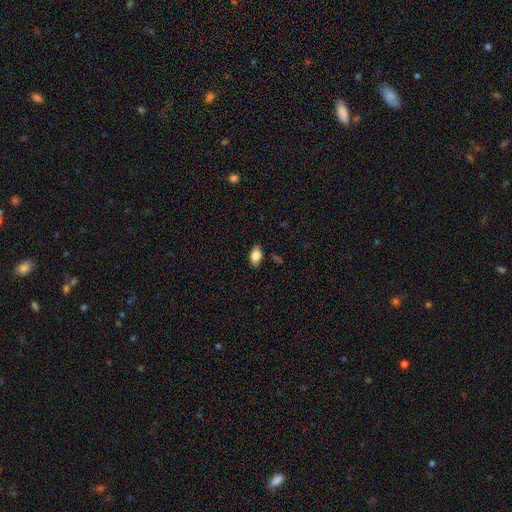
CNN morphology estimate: This appears to be a smooth galaxy with no disk features (82%) that is in between round and cigar-shaped (89%). Merging: none (83%).